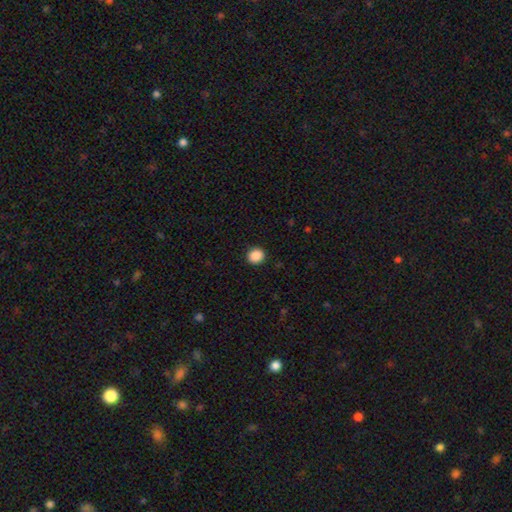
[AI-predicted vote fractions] This is clearly a smooth galaxy (88%). How rounded: clearly round (85%). Merging: clearly none (92%).